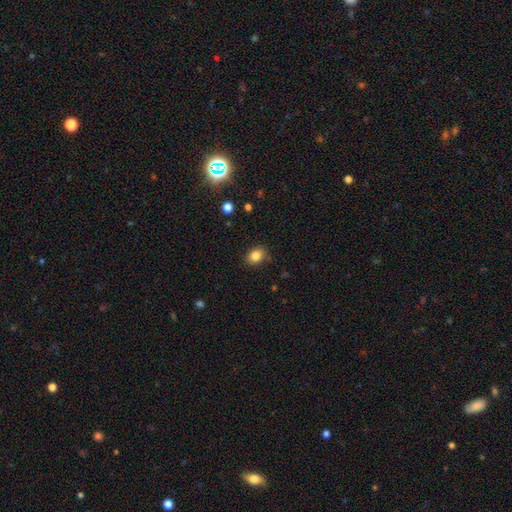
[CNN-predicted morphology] The model was most divided on "how rounded": in between: 59%, round: 40%, cigar-shaped: 1%. More confident: merging — none (85%); smooth or featured — smooth (83%).